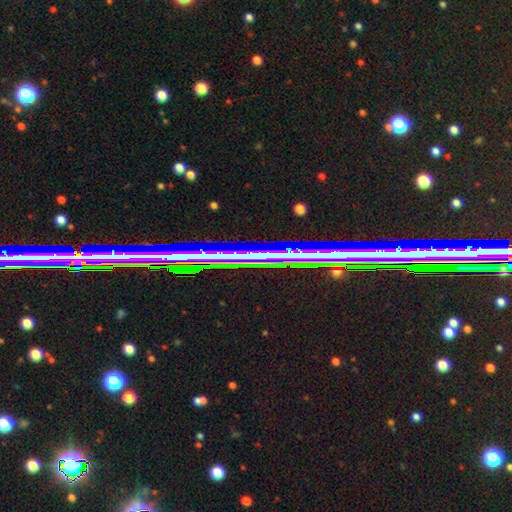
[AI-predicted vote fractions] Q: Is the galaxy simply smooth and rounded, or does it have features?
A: star or artifact — 56%.